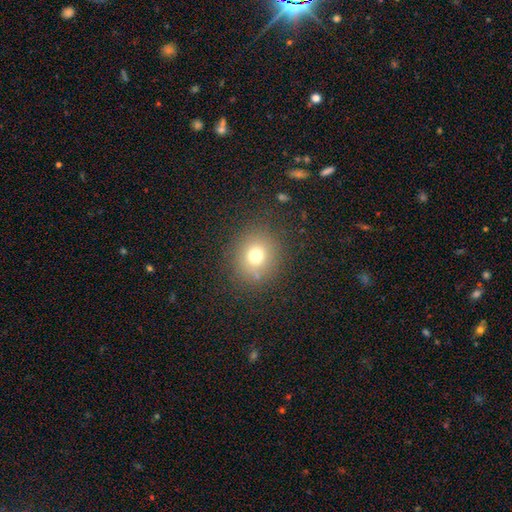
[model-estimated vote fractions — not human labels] This is likely a smooth galaxy (71%). How rounded: clearly round (83%). Merging: clearly none (84%).